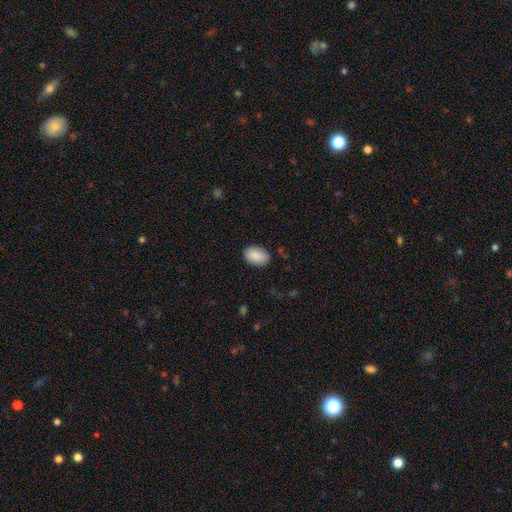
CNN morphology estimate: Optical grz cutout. It shows a smooth galaxy with no disk features (89%) that is in between round and cigar-shaped (90%). Merging: none (87%).